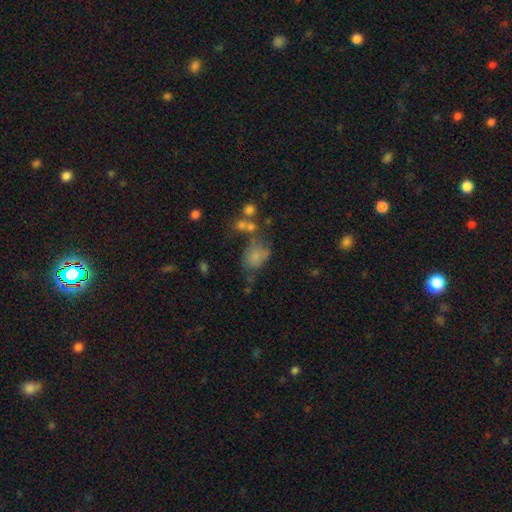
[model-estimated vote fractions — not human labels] This appears to be a smooth galaxy with no disk features (64%) that is in between round and cigar-shaped (63%). Merging: none (38%).